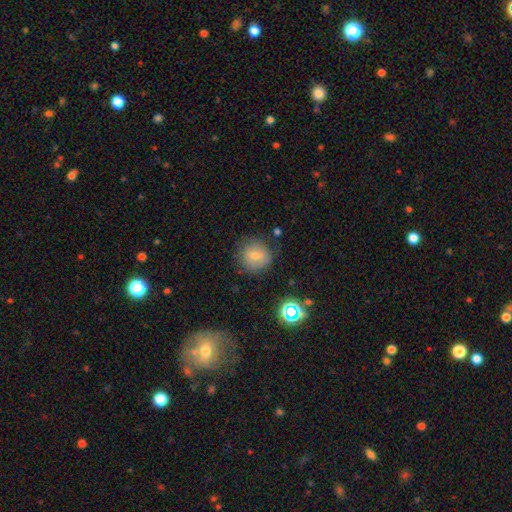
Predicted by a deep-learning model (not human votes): Q: Smooth or featured?
A: smooth (70%); runner-up: featured or disk (17%)
Q: How rounded?
A: round (88%); runner-up: in between (11%)
Q: Merging?
A: none (78%); runner-up: minor disturbance (15%)